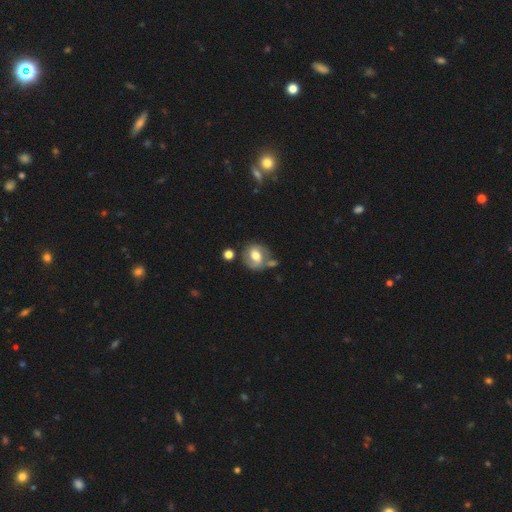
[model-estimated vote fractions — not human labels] Smooth or featured? featured or disk (61%)
Edge-on disk? no (97%)
Bar? weak (45%)
Spiral arms? yes (78%)
Bulge size? moderate (65%)
Merging? none (61%)